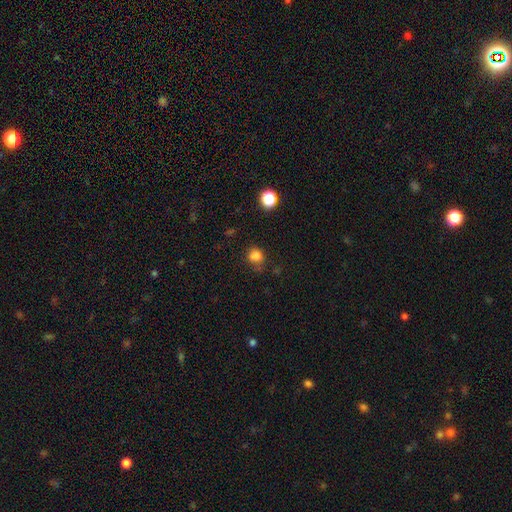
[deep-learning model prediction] Smooth or featured?
  - smooth: 79% *
  - star or artifact: 15%
  - featured or disk: 6%
How rounded?
  - round: 74% *
  - in between: 25%
  - cigar-shaped: 1%
Merging?
  - none: 63% *
  - minor disturbance: 22%
  - major disturbance: 8%
  - merger: 7%